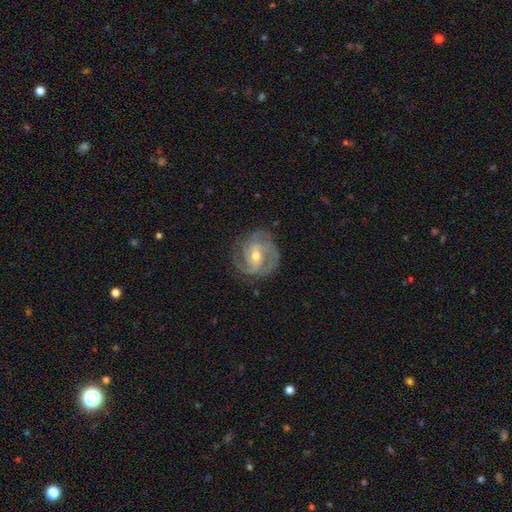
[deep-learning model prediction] The model was most divided on "spiral arm count": 3: 38%, 2: 34%, can't tell: 14%, 4: 6%, 1: 5%, more than 4: 4%. Remaining: edge-on disk — no (97%); spiral arms — yes (97%); smooth or featured — featured or disk (88%); merging — none (77%); bulge size — moderate (61%); spiral winding — tight (55%); bar — weak (46%).